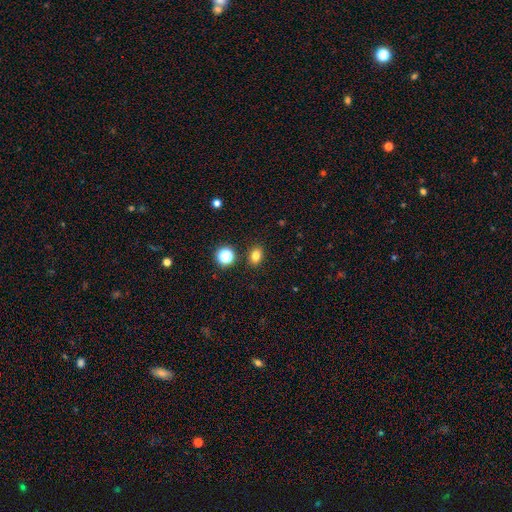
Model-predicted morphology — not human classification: smooth_or_featured: smooth (p=0.79) [alt: star or artifact p=0.14]
how_rounded: in between (p=0.65) [alt: round p=0.33]
merging: none (p=0.86) [alt: minor disturbance p=0.08]